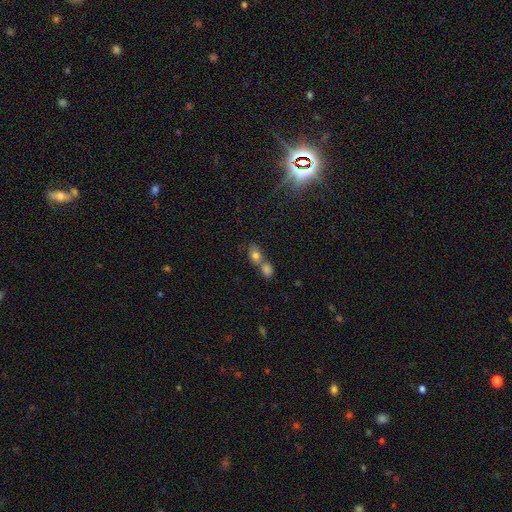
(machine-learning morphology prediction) A smooth galaxy with no disk features (77%) that is in between round and cigar-shaped (67%).

Vote fractions:
- Smooth or featured? smooth: 77% / featured or disk: 12% / star or artifact: 11%
- How rounded? in between: 67% / round: 29% / cigar-shaped: 3%
- Merging? merger: 61% / none: 28% / minor disturbance: 7% / major disturbance: 3%